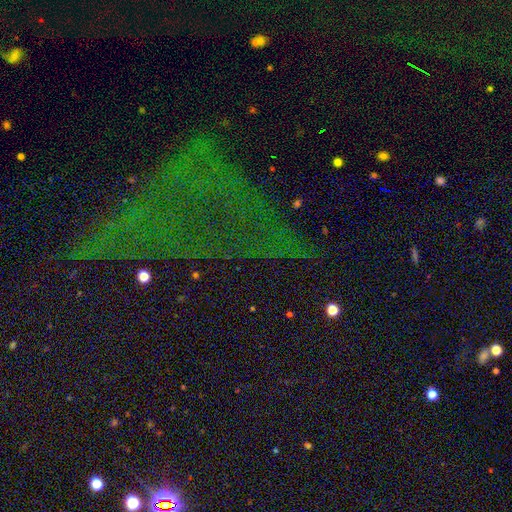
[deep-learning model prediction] smooth_or_featured: star or artifact (p=0.79) [alt: featured or disk p=0.11]